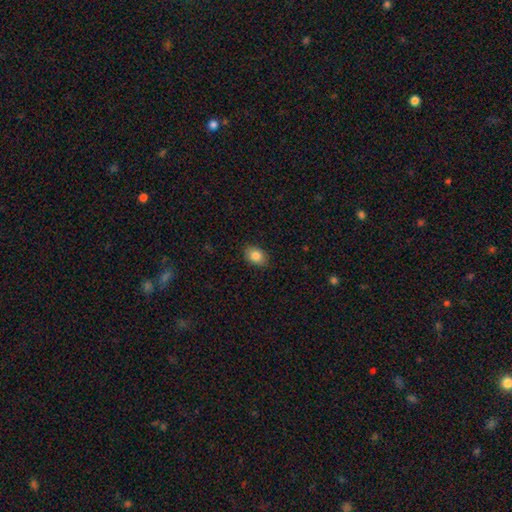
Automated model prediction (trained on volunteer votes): This appears to be a smooth galaxy with no disk features (85%) that is in between round and cigar-shaped (76%). Merging: none (87%).